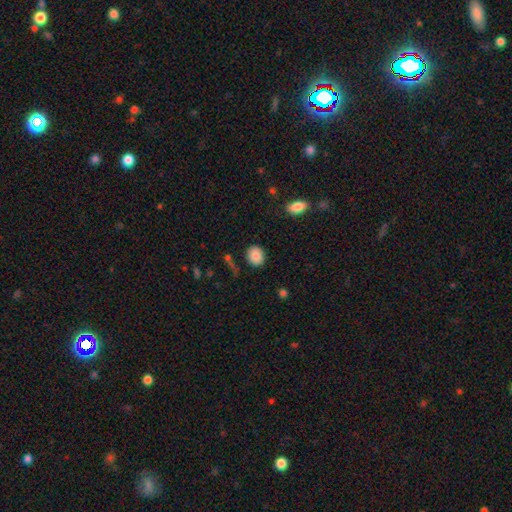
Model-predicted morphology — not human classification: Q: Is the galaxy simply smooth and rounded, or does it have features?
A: smooth — 84%.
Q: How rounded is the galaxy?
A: round — 67%.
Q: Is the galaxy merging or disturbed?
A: none — 85%.